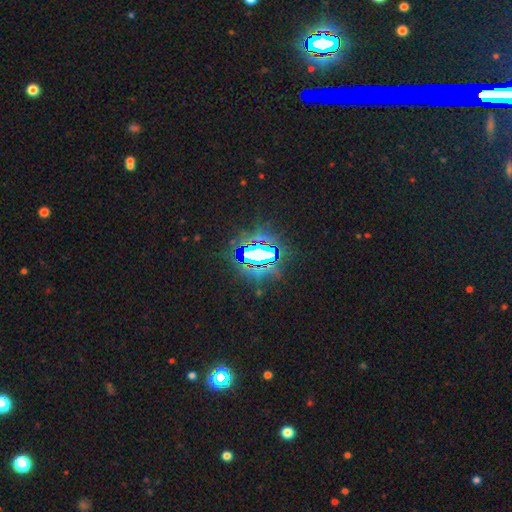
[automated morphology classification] Smooth or featured? Predicted: star or artifact (p=0.76).